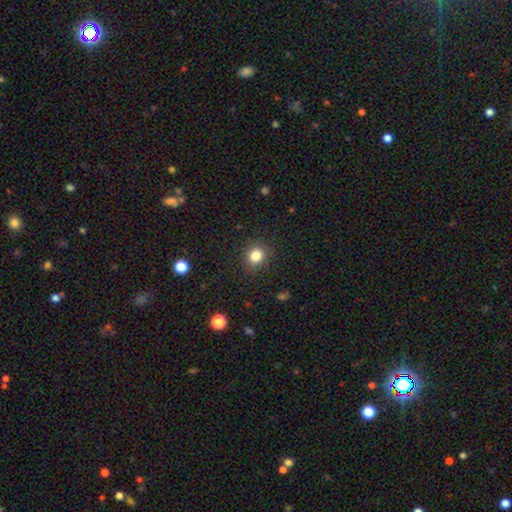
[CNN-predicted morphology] smooth-or-featured: smooth: 83% | star or artifact: 12% | featured or disk: 5%
  how-rounded: round: 80% | in between: 19% | cigar-shaped: 1%
  merging: none: 89% | minor disturbance: 8% | major disturbance: 3% | merger: 1%